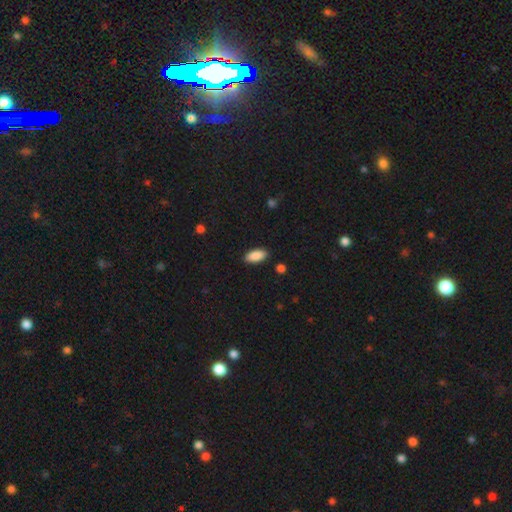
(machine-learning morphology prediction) type=smooth (90%); roundness=in between (91%); merging=none (88%).